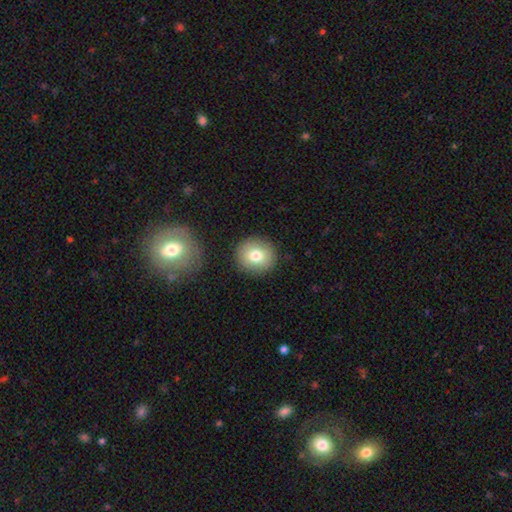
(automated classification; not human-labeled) smooth 78%, featured or disk 12%, star or artifact 10%. Down the decision tree: how rounded — round (89%); merging — none (89%).